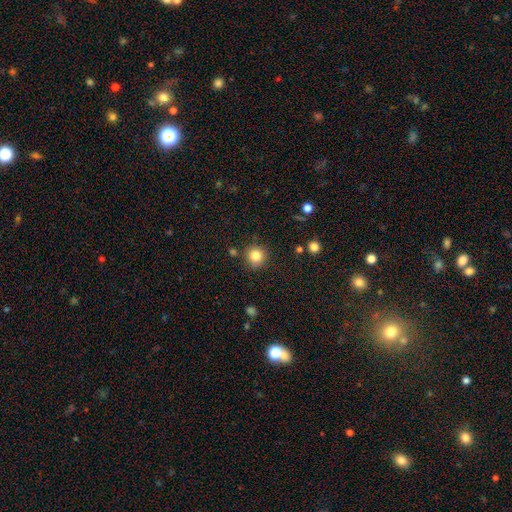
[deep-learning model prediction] smooth-or-featured: smooth: 83% | star or artifact: 11% | featured or disk: 6%
  how-rounded: round: 93% | in between: 6% | cigar-shaped: 1%
  merging: none: 86% | minor disturbance: 8% | merger: 3% | major disturbance: 3%